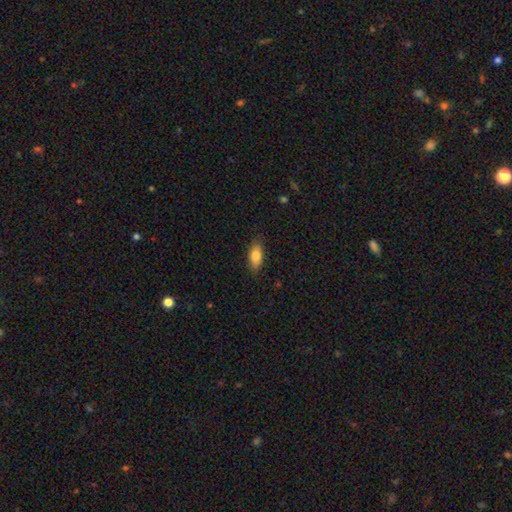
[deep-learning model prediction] Smooth or featured? smooth (83%)
How rounded? in between (85%)
Merging? none (85%)